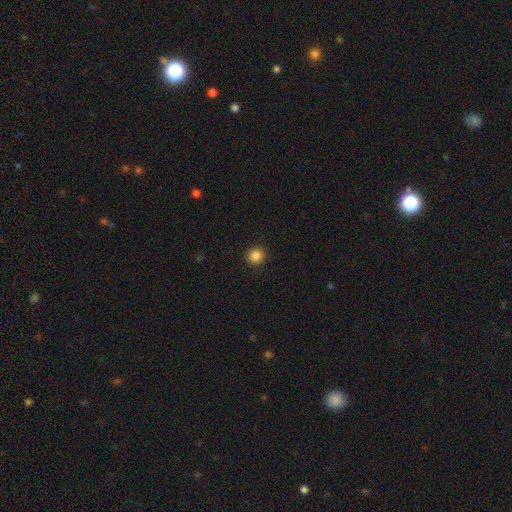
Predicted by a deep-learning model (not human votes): Smooth or featured? Predicted: smooth (p=0.86). How rounded? Predicted: round (p=0.92). Merging? Predicted: none (p=0.93).